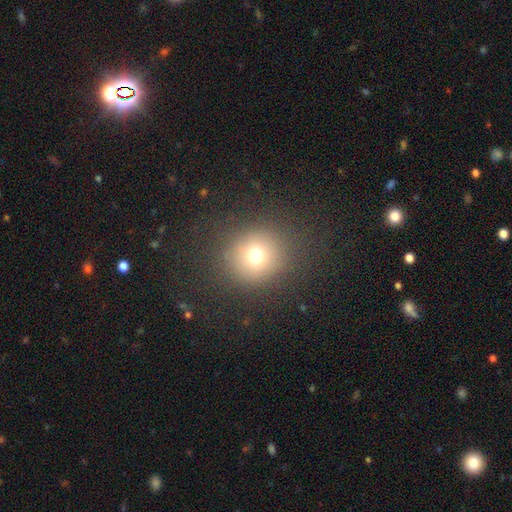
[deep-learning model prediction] smooth_or_featured: smooth (p=0.71) [alt: star or artifact p=0.18]
how_rounded: round (p=0.88) [alt: in between p=0.11]
merging: none (p=0.86) [alt: minor disturbance p=0.08]